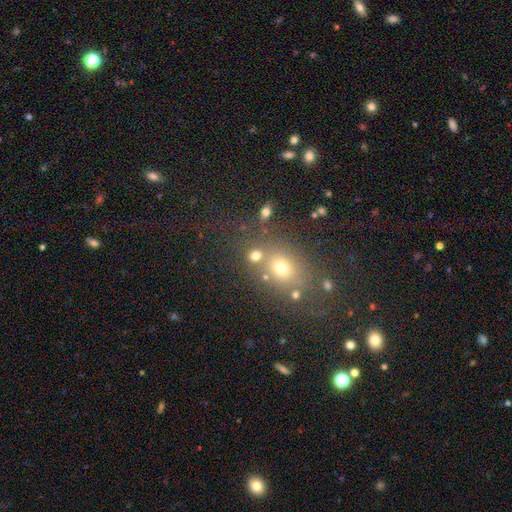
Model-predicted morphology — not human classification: Smooth or featured?
  - smooth: 70% *
  - star or artifact: 20%
  - featured or disk: 11%
How rounded?
  - round: 68% *
  - in between: 30%
  - cigar-shaped: 2%
Merging?
  - none: 61% *
  - merger: 24%
  - minor disturbance: 10%
  - major disturbance: 5%